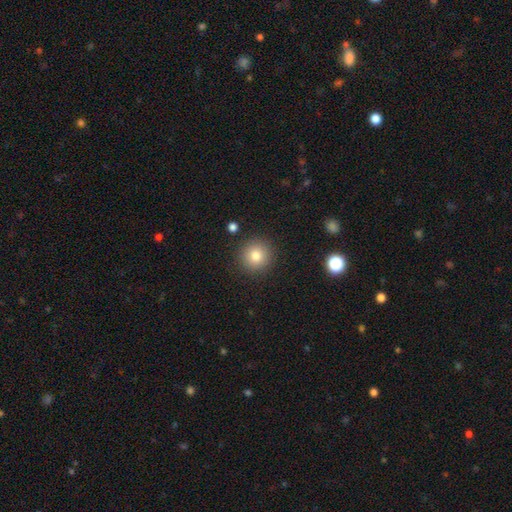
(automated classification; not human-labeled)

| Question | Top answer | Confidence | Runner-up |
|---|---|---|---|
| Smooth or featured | smooth | 80% | star or artifact (11%) |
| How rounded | round | 94% | in between (5%) |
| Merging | none | 90% | minor disturbance (6%) |